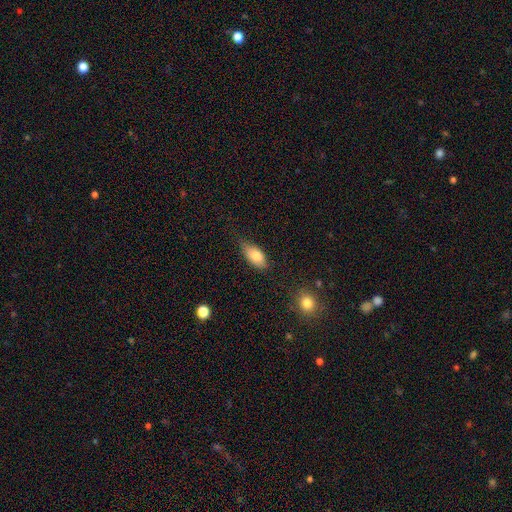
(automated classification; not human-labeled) A smooth galaxy with no disk features (81%) that is in between round and cigar-shaped (88%).

Vote fractions:
- Smooth or featured? smooth: 81% / featured or disk: 12% / star or artifact: 7%
- How rounded? in between: 88% / cigar-shaped: 9% / round: 4%
- Merging? none: 60% / minor disturbance: 31% / major disturbance: 7% / merger: 2%